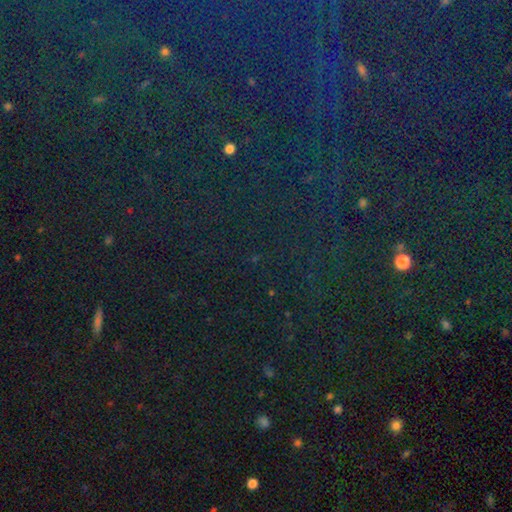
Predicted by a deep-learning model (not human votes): Overall: star or artifact (82%).